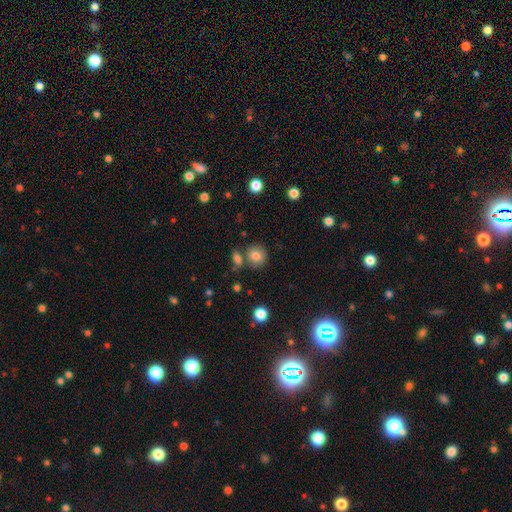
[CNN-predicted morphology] Smooth or featured? smooth (81%)
How rounded? round (84%)
Merging? none (72%)